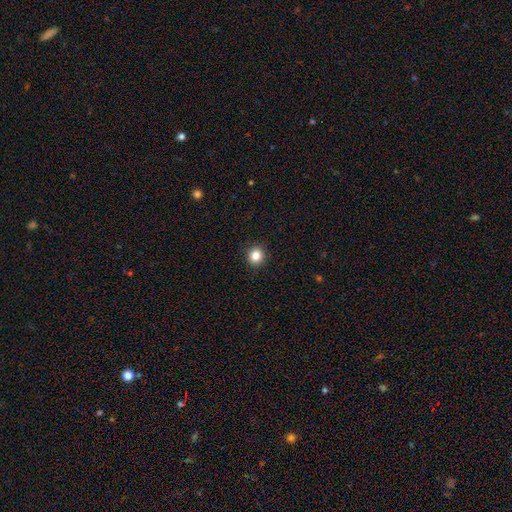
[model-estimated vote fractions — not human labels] A smooth galaxy with no disk features (83%) that is round (88%).

Vote fractions:
- Smooth or featured? smooth: 83% / star or artifact: 11% / featured or disk: 5%
- How rounded? round: 88% / in between: 11% / cigar-shaped: 1%
- Merging? none: 92% / minor disturbance: 6% / major disturbance: 2% / merger: 1%